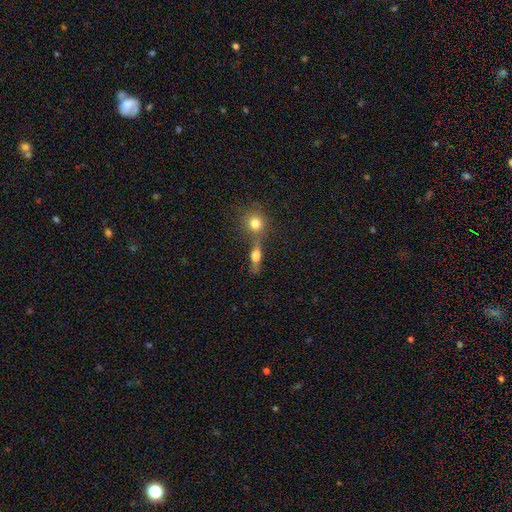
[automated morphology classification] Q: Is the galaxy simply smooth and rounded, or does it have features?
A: smooth — 62%.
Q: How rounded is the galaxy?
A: in between — 43%.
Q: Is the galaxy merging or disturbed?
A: none — 48%.